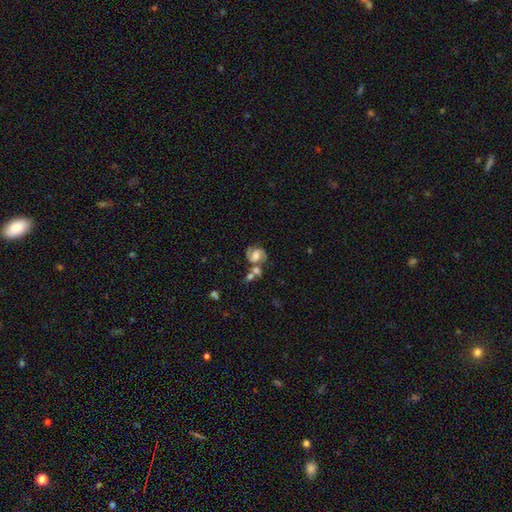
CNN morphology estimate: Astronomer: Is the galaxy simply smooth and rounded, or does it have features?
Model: featured or disk — 76%.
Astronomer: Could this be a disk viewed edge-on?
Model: no — 98%.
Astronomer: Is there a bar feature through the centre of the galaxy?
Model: weak — 45% (runner-up: no, 39%).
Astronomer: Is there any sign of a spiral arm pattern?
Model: yes — 94%.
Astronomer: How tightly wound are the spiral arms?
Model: medium — 52% (runner-up: tight, 33%).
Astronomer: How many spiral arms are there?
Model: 2 — 88%.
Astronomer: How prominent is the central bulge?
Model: moderate — 44% (runner-up: large, 25%).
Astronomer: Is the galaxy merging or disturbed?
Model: none — 50% (runner-up: merger, 26%).